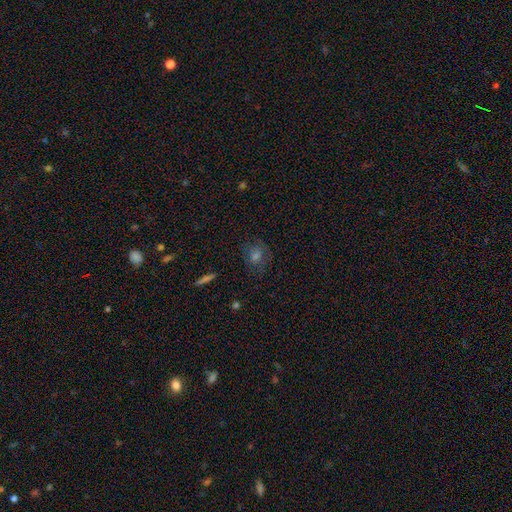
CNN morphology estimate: type=smooth (53%); roundness=round (70%); merging=none (74%).